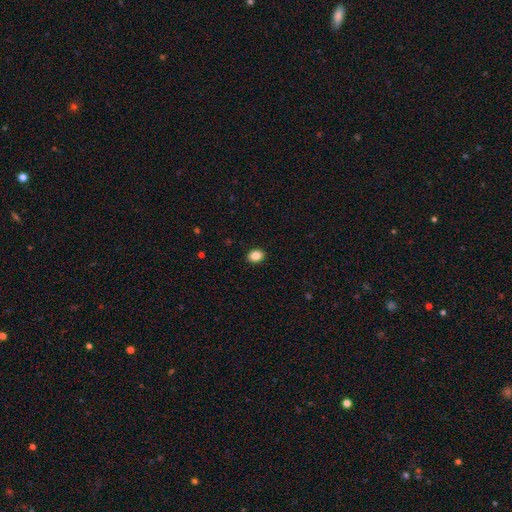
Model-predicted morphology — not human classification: Smooth or featured? Predicted: smooth (p=0.87). How rounded? Predicted: in between (p=0.63). Merging? Predicted: none (p=0.91).